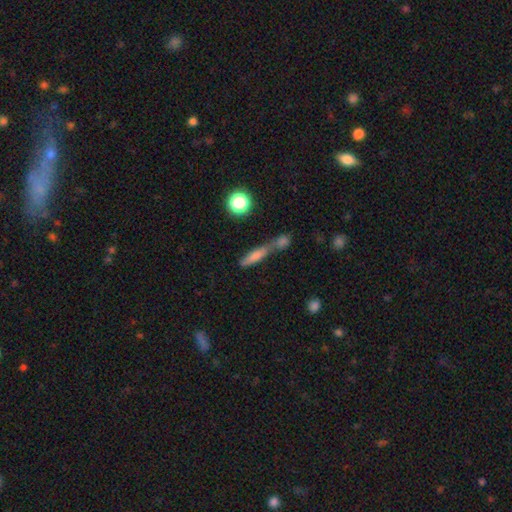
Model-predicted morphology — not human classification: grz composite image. It shows a smooth galaxy with no disk features (70%) that is cigar-shaped (69%). Merging: merger (48%).